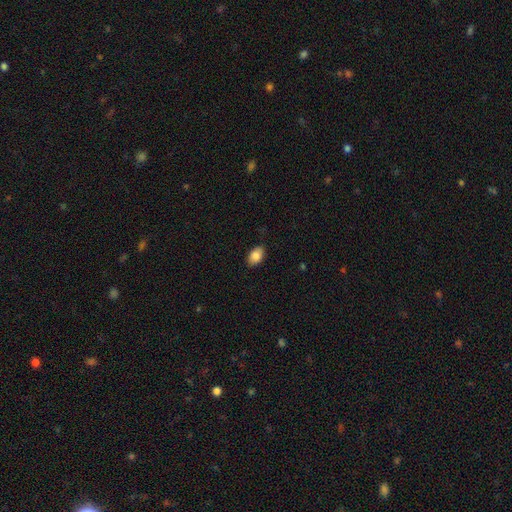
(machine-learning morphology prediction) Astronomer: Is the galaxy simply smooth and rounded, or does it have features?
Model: smooth — 86%.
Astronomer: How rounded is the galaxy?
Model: in between — 90%.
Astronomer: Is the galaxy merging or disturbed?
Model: none — 85%.